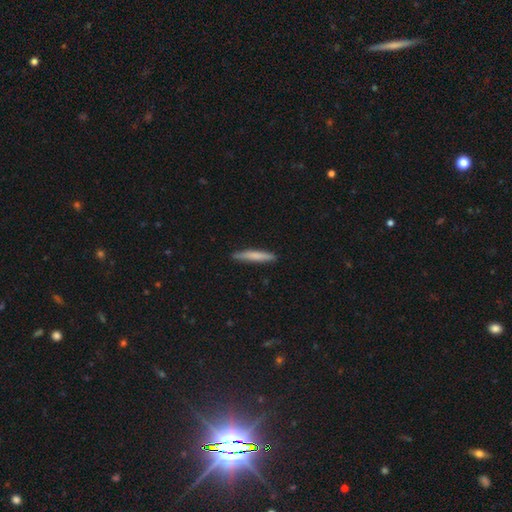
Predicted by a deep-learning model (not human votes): Smooth or featured? Predicted: smooth (p=0.72). How rounded? Predicted: cigar-shaped (p=0.95). Merging? Predicted: none (p=0.89).